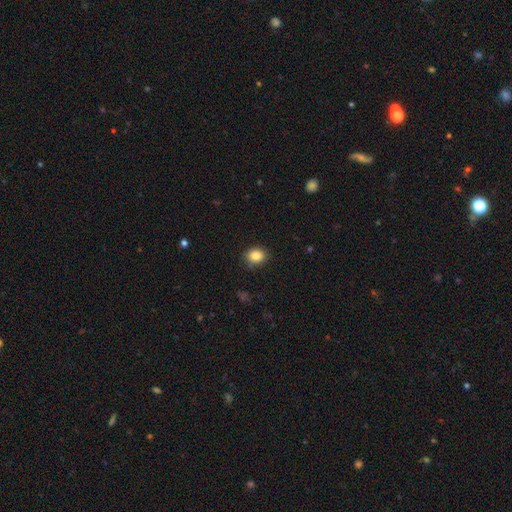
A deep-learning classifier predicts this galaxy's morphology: Smooth or featured? smooth (86%)
How rounded? round (55%)
Merging? none (86%)